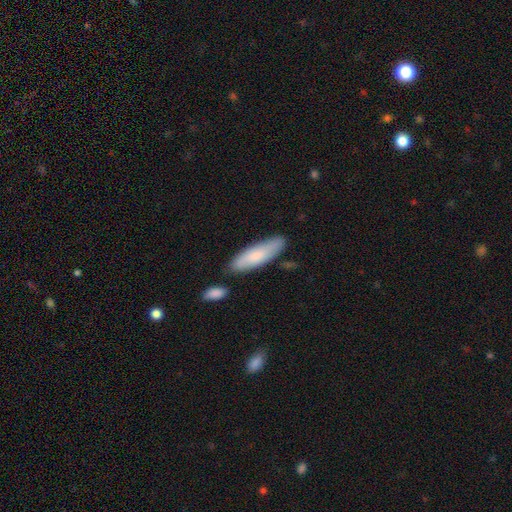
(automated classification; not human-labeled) Q: Smooth or featured?
A: smooth (77%); runner-up: featured or disk (18%)
Q: How rounded?
A: cigar-shaped (53%); runner-up: in between (45%)
Q: Merging?
A: none (76%); runner-up: minor disturbance (15%)